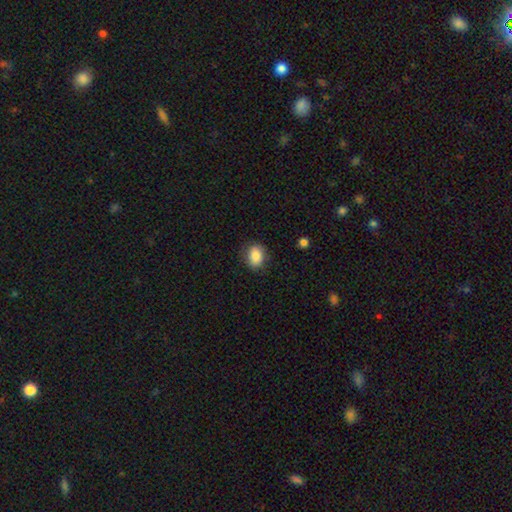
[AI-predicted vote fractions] Smooth or featured?
  - smooth: 86% *
  - star or artifact: 8%
  - featured or disk: 6%
How rounded?
  - in between: 65% *
  - round: 34%
  - cigar-shaped: 1%
Merging?
  - none: 82% *
  - minor disturbance: 14%
  - major disturbance: 3%
  - merger: 1%